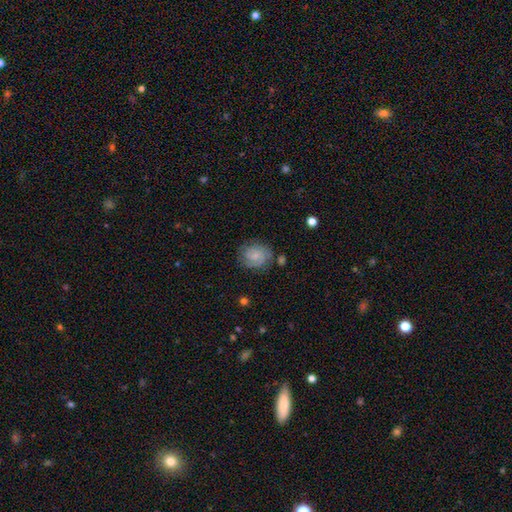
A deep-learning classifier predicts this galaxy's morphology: smooth-or-featured: smooth: 50% | featured or disk: 41% | star or artifact: 9%
  merging: none: 72% | minor disturbance: 18% | major disturbance: 7% | merger: 3%